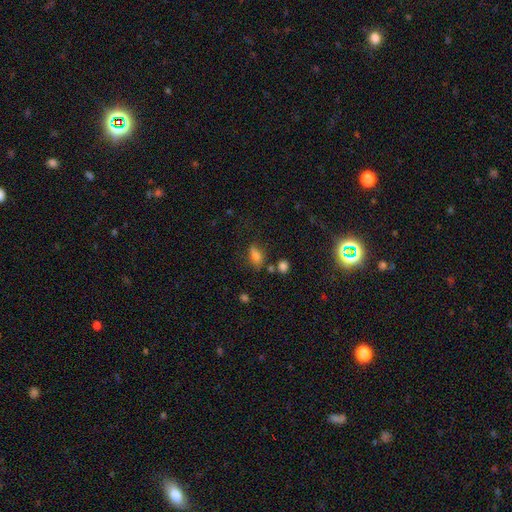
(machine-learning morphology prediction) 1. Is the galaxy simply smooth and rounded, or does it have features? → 75% smooth, 14% star or artifact, 10% featured or disk.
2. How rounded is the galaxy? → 80% in between, 11% round, 9% cigar-shaped.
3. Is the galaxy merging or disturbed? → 58% none, 24% minor disturbance, 11% major disturbance, 8% merger.